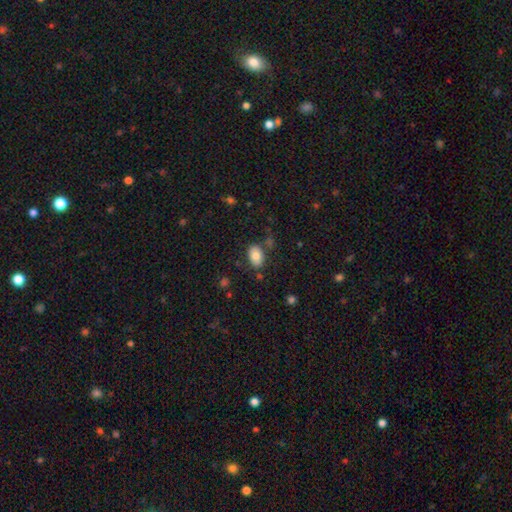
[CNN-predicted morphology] Smooth or featured? Predicted: smooth (p=0.81). How rounded? Predicted: in between (p=0.87). Merging? Predicted: none (p=0.78).